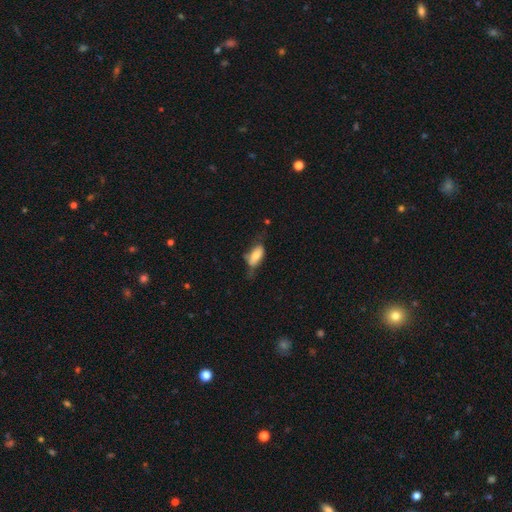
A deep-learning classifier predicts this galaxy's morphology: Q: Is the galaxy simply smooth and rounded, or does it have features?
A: smooth — 69%.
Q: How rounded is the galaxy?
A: in between — 84%.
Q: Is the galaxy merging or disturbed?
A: none — 44%.